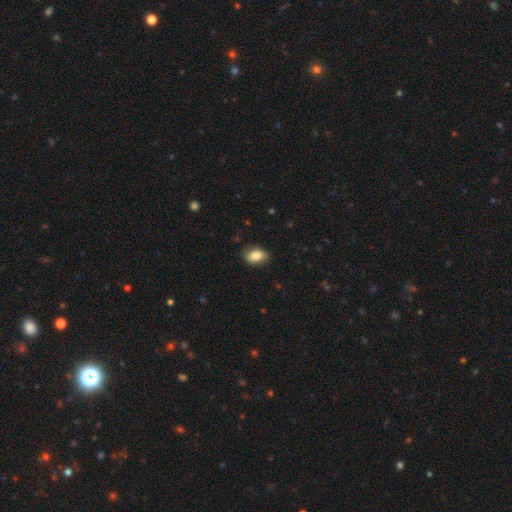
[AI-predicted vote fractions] Smooth or featured? Predicted: smooth (p=0.85). How rounded? Predicted: in between (p=0.80). Merging? Predicted: none (p=0.82).